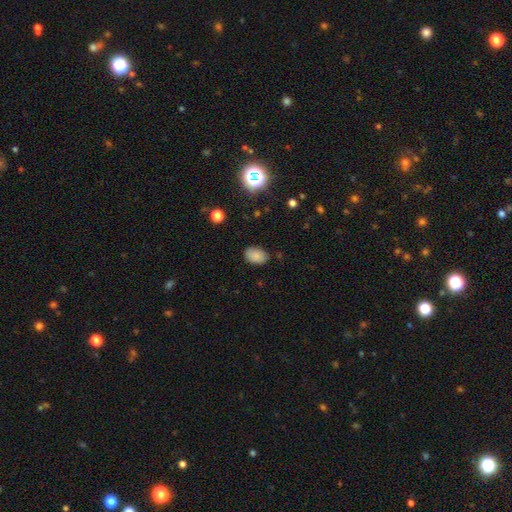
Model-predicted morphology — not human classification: smooth-or-featured: smooth: 84% | star or artifact: 11% | featured or disk: 5%
  how-rounded: in between: 86% | round: 13% | cigar-shaped: 1%
  merging: none: 81% | minor disturbance: 14% | major disturbance: 3% | merger: 1%